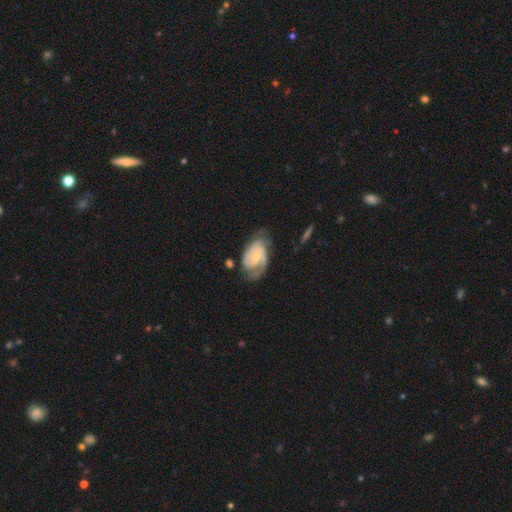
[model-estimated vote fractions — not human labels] A featured or disk galaxy (81%) with no bar (61%), 2 (57%) tight (51%) spiral arms (95%) and a small central bulge (67%).

Vote fractions:
- Smooth or featured? featured or disk: 81% / smooth: 14% / star or artifact: 5%
- Edge-on disk? no: 97% / yes: 3%
- Bar? no: 61% / weak: 33% / strong: 7%
- Spiral arms? yes: 95% / no: 5%
- Spiral winding? tight: 51% / medium: 38% / loose: 11%
- Spiral arm count? 2: 57% / can't tell: 17% / 3: 12% / 1: 9% / 4: 3% / more than 4: 2%
- Bulge size? small: 67% / moderate: 25% / none: 5% / large: 2% / dominant: 1%
- Merging? none: 56% / minor disturbance: 25% / major disturbance: 15% / merger: 3%